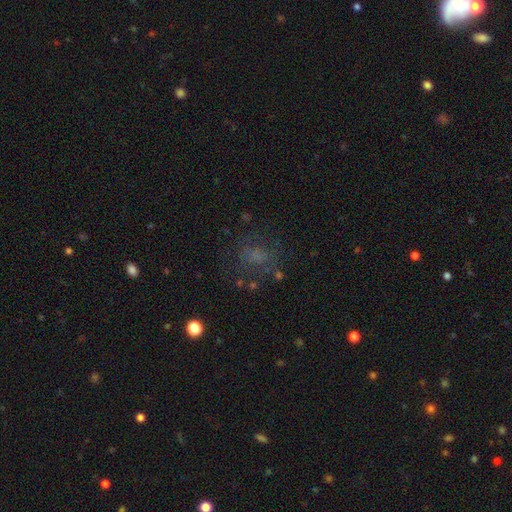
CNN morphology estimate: smooth_or_featured: smooth (p=0.50) [alt: star or artifact p=0.26]
merging: none (p=0.64) [alt: major disturbance p=0.17]